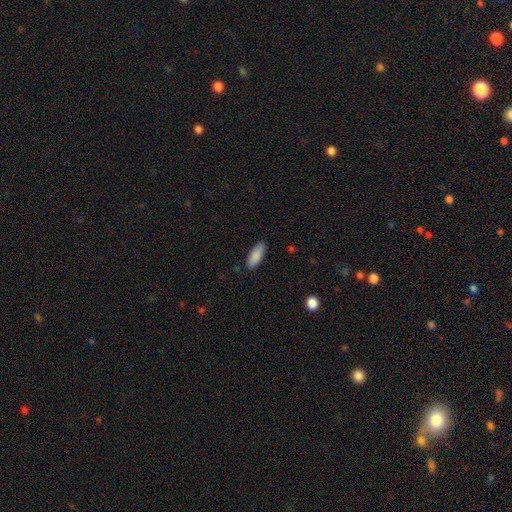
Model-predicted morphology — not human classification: type=smooth (89%); roundness=in between (76%); merging=none (86%).